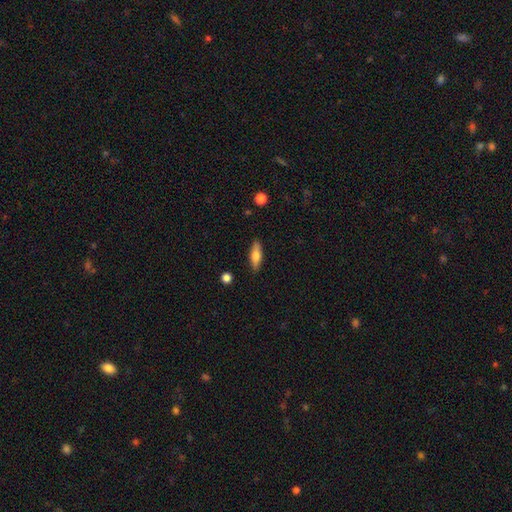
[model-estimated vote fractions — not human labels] Smooth or featured: smooth — 65% (featured or disk — 28%)
How rounded: in between — 52% (cigar-shaped — 45%)
Merging: none — 86% (minor disturbance — 11%)